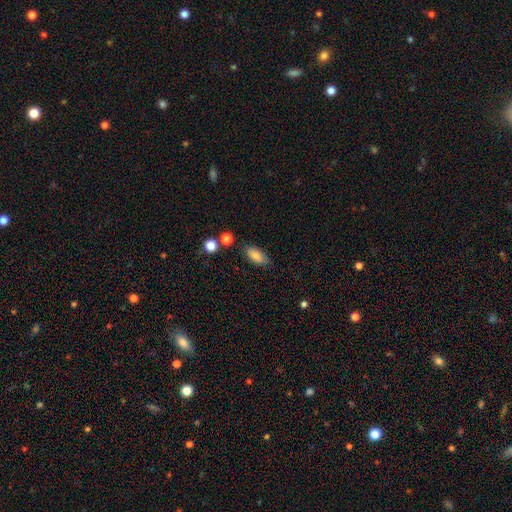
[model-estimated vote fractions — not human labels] Morphology: type=smooth (82%); roundness=in between (90%); merging=none (75%).